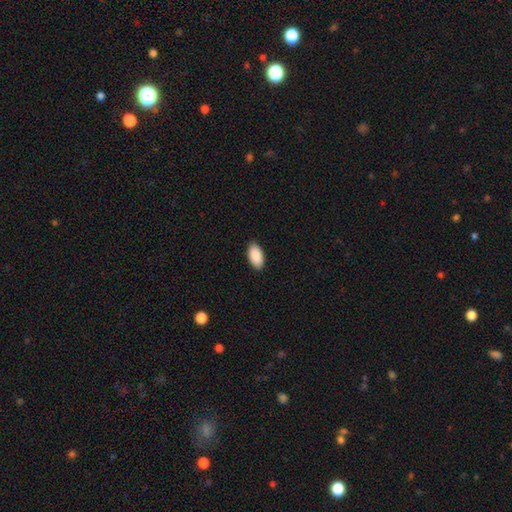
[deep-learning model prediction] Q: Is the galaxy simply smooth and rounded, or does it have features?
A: smooth — 91%.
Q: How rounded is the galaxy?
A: in between — 96%.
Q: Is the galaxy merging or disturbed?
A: none — 90%.